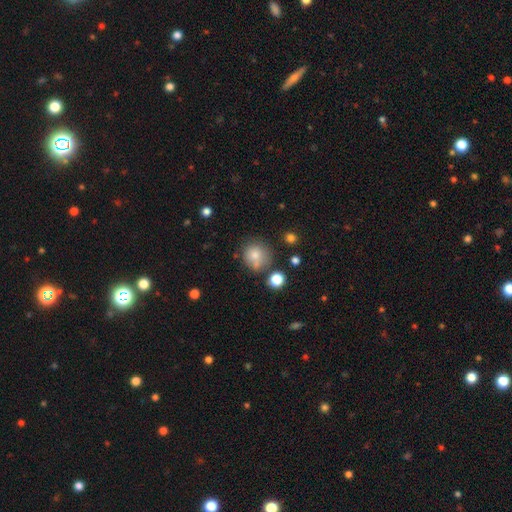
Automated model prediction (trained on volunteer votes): Q: Smooth or featured?
A: smooth (77%); runner-up: star or artifact (12%)
Q: How rounded?
A: round (87%); runner-up: in between (12%)
Q: Merging?
A: none (64%); runner-up: minor disturbance (18%)